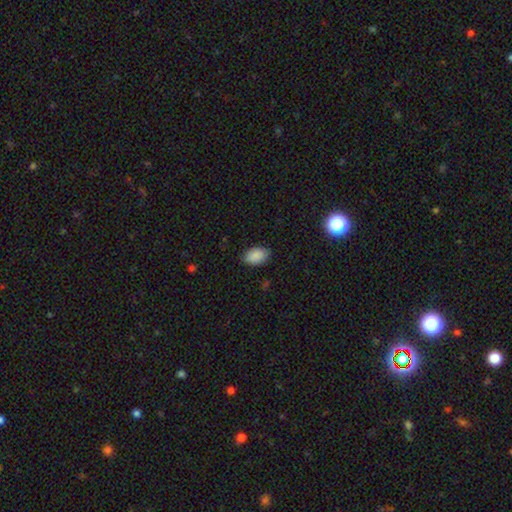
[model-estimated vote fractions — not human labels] Smooth or featured? smooth (88%)
How rounded? in between (91%)
Merging? none (84%)